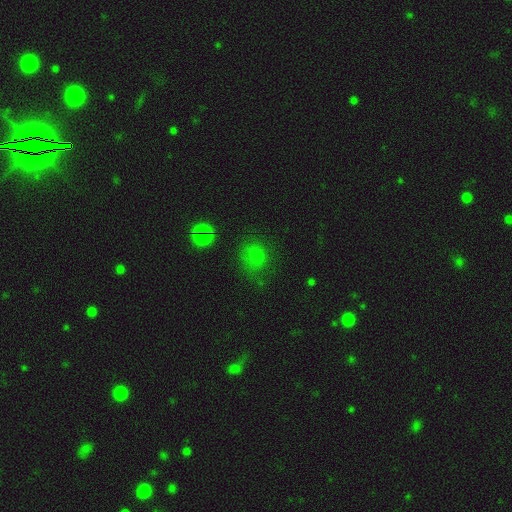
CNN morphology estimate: Smooth or featured? Predicted: smooth (p=0.65). How rounded? Predicted: round (p=0.56). Merging? Predicted: none (p=0.55).